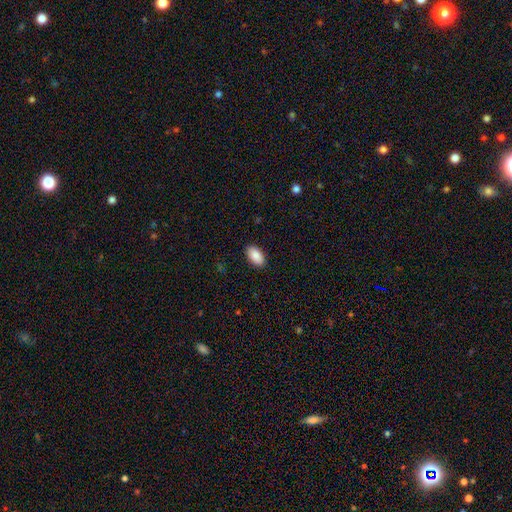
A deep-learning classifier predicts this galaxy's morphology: Overall: smooth (90%). How rounded: in between (95%). Merging: none (89%).